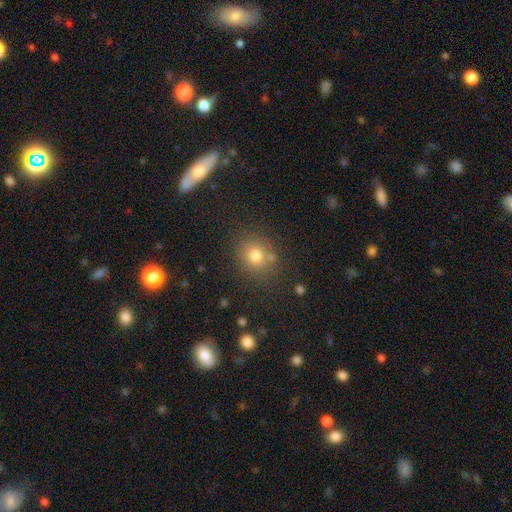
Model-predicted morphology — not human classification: Smooth or featured: smooth — 73% (star or artifact — 18%)
How rounded: round — 80% (in between — 19%)
Merging: none — 77% (minor disturbance — 10%)